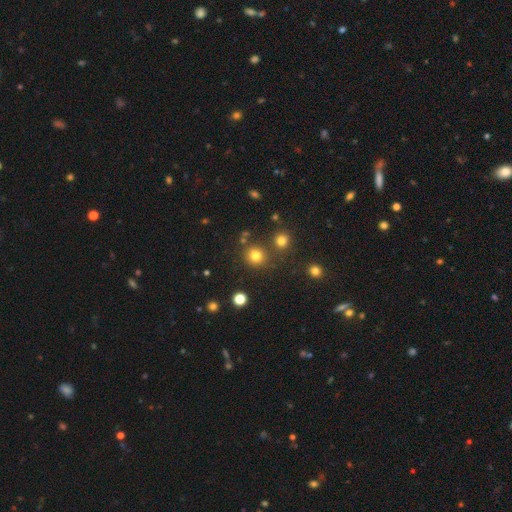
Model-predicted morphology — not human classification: This is likely a smooth galaxy (78%). How rounded: clearly round (90%). Merging: likely none (79%).